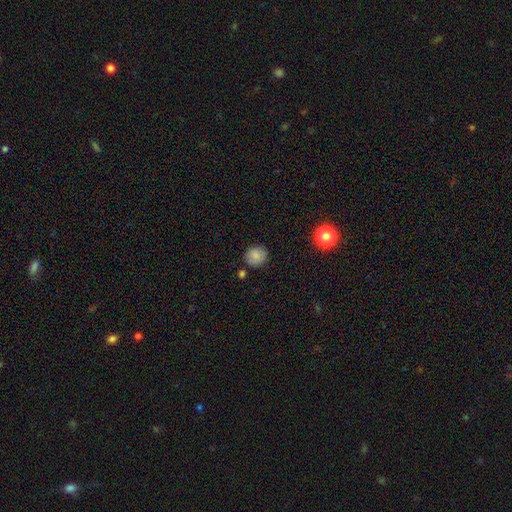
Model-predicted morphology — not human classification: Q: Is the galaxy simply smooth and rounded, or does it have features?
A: smooth — 84%.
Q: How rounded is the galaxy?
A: round — 84%.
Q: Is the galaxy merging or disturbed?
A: none — 82%.